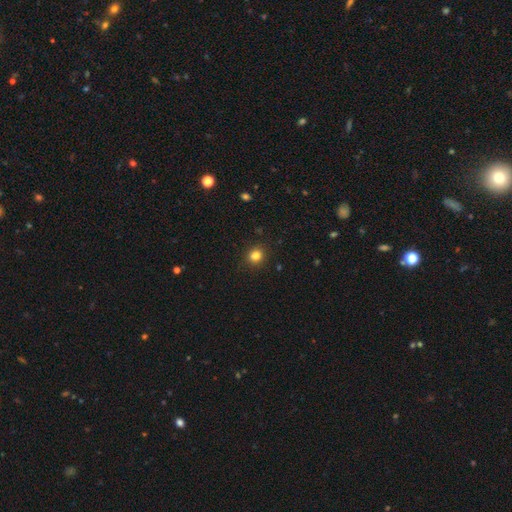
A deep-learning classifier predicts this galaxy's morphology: smooth_or_featured: smooth (p=0.82) [alt: star or artifact p=0.13]
how_rounded: round (p=0.79) [alt: in between p=0.20]
merging: none (p=0.89) [alt: minor disturbance p=0.08]